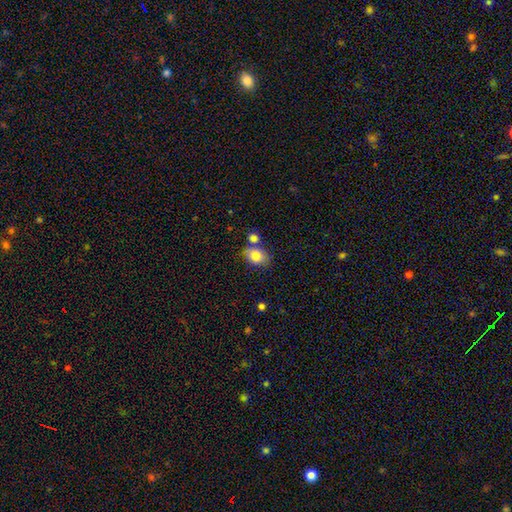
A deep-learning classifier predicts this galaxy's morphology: The model was most divided on "merging": none: 60%, merger: 22%, minor disturbance: 14%, major disturbance: 4%. More confident: smooth or featured — smooth (82%); how rounded — in between (68%).